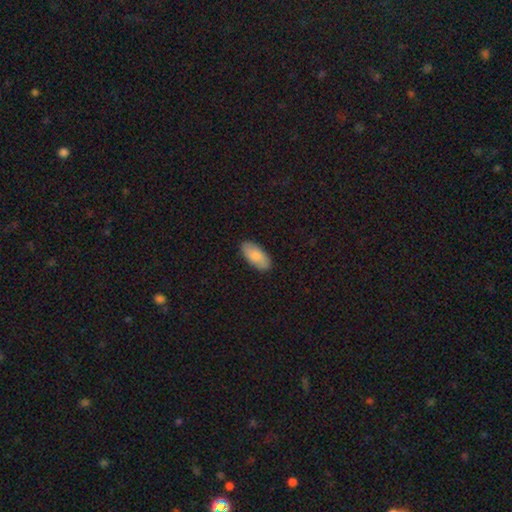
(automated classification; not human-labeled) smooth_or_featured: smooth (p=0.84) [alt: featured or disk p=0.11]
how_rounded: in between (p=0.92) [alt: cigar-shaped p=0.06]
merging: none (p=0.89) [alt: minor disturbance p=0.09]